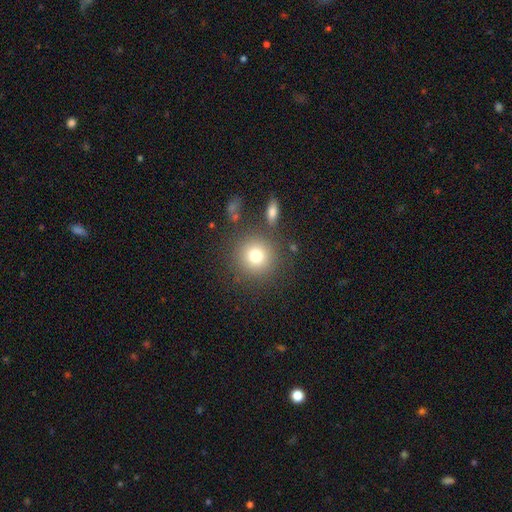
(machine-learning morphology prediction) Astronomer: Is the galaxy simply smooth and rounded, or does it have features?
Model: smooth — 77%.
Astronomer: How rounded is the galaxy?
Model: round — 93%.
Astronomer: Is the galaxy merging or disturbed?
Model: none — 83%.